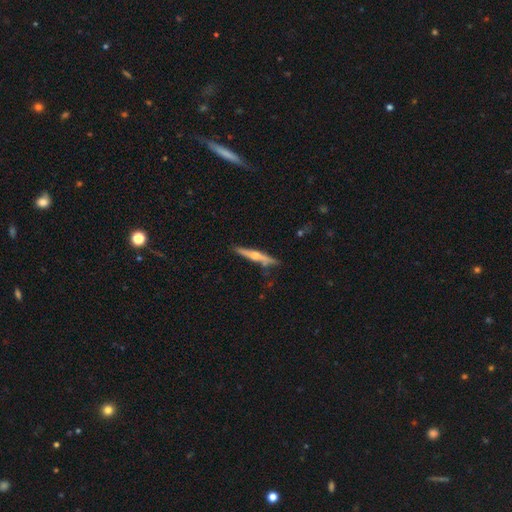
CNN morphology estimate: smooth-or-featured: featured or disk: 55% | smooth: 39% | star or artifact: 6%
  disk-edge-on: yes: 95% | no: 5%
    edge-on-bulge: rounded: 76% | none: 15% | boxy: 9%
  merging: none: 76% | minor disturbance: 16% | merger: 5% | major disturbance: 4%